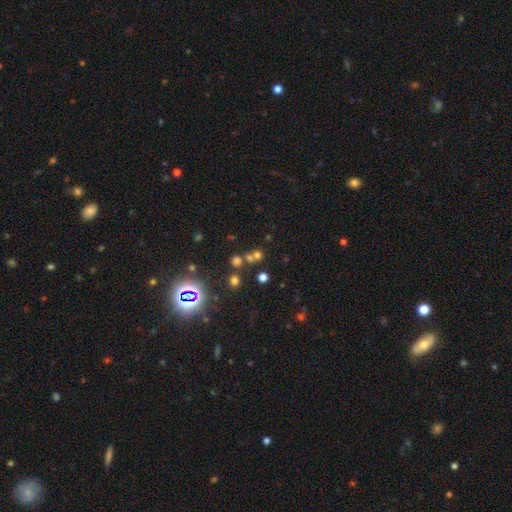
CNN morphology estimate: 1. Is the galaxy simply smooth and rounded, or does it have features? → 53% star or artifact, 37% smooth, 10% featured or disk.